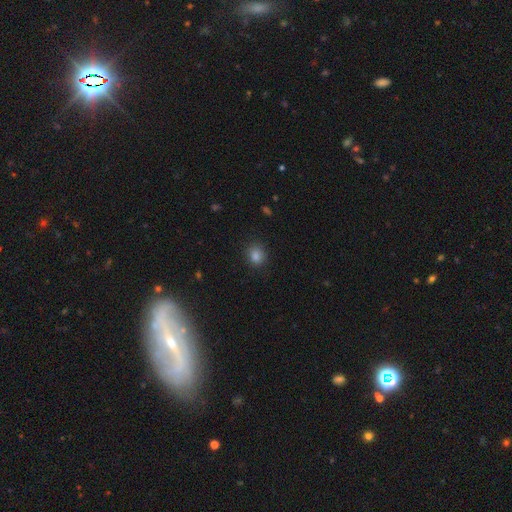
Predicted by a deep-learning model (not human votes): Smooth or featured?
  - smooth: 81% *
  - star or artifact: 14%
  - featured or disk: 5%
How rounded?
  - round: 68% *
  - in between: 31%
  - cigar-shaped: 1%
Merging?
  - none: 87% *
  - minor disturbance: 9%
  - major disturbance: 3%
  - merger: 1%